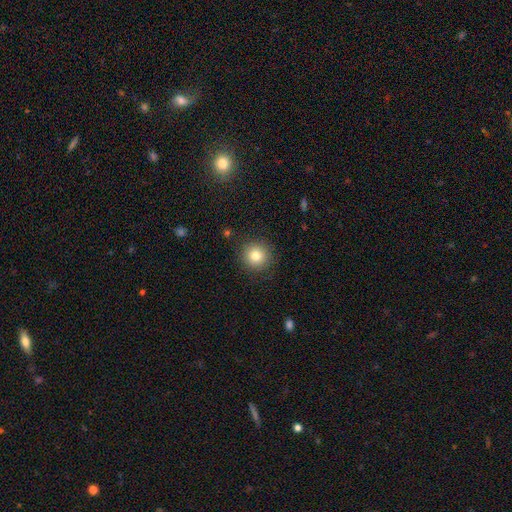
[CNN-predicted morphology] Smooth or featured?
  - smooth: 80% *
  - star or artifact: 12%
  - featured or disk: 9%
How rounded?
  - round: 95% *
  - in between: 4%
  - cigar-shaped: 1%
Merging?
  - none: 89% *
  - minor disturbance: 7%
  - major disturbance: 2%
  - merger: 1%